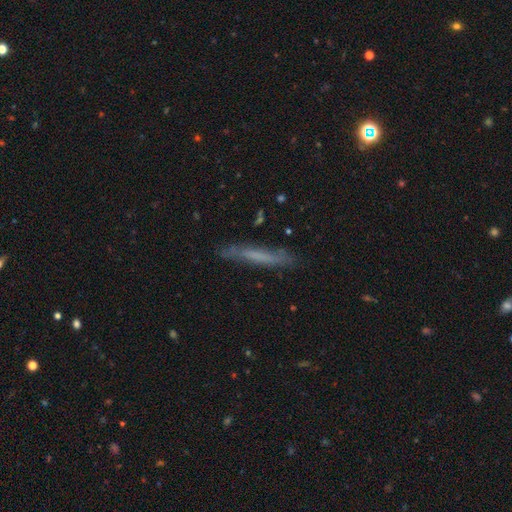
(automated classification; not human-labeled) A smooth galaxy with no disk features (45%). Merging: none (82%).